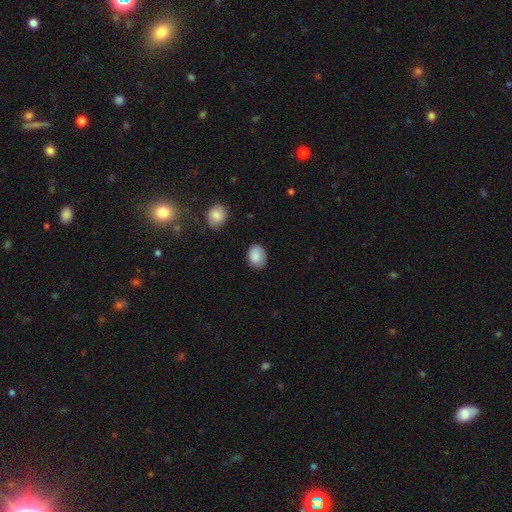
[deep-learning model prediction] Smooth or featured? smooth (88%)
How rounded? in between (68%)
Merging? none (83%)